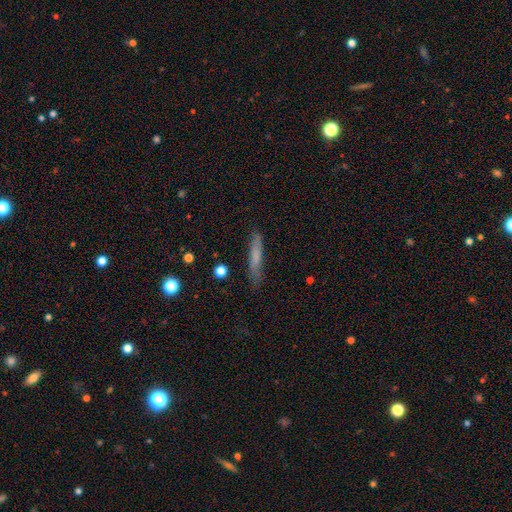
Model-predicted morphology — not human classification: Smooth or featured? smooth (63%)
How rounded? cigar-shaped (92%)
Merging? none (80%)